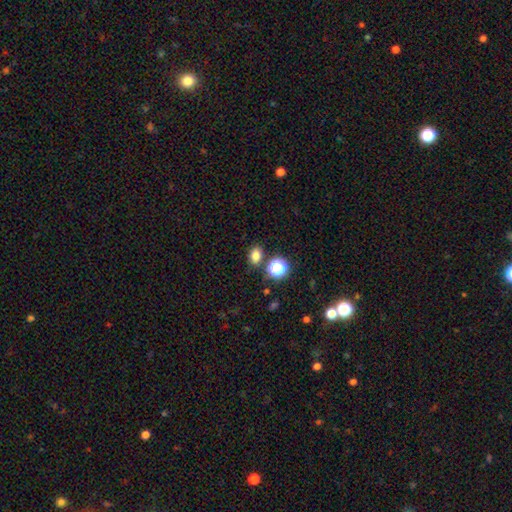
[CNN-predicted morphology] Overall: smooth (78%). How rounded: in between (61%; round 38%). Merging: none (79%).